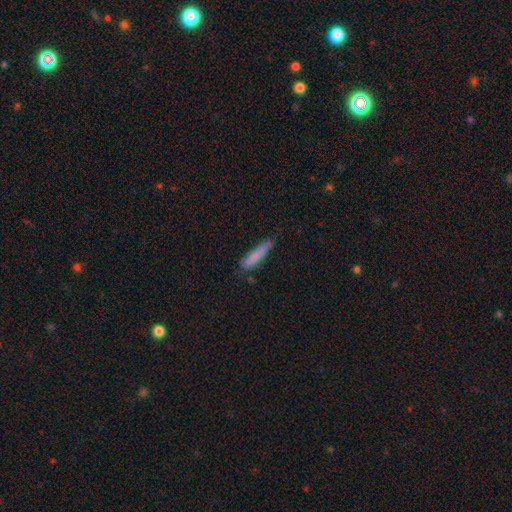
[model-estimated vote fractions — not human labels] Morphology: type=smooth (82%); roundness=cigar-shaped (86%); merging=none (65%).